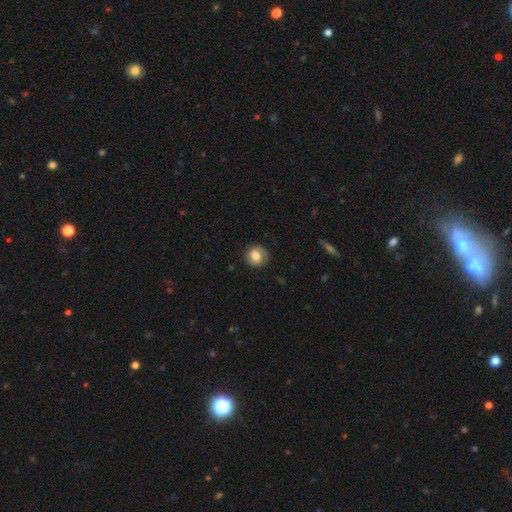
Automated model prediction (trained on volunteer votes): The model was most divided on "smooth or featured": smooth: 63%, featured or disk: 29%, star or artifact: 9%. More confident: how rounded — round (81%); merging — none (80%).